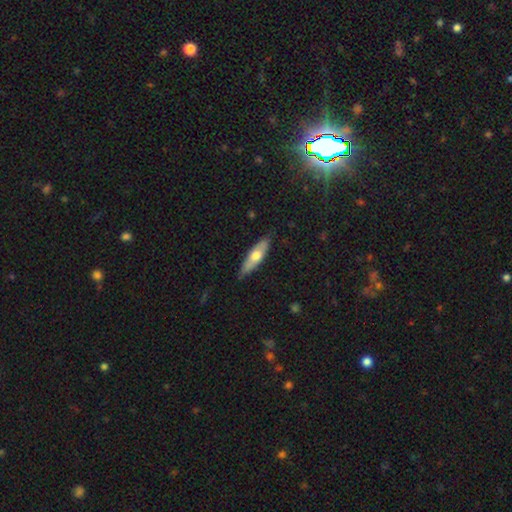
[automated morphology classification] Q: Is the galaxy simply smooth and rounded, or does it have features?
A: smooth — 57%.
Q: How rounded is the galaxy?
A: cigar-shaped — 55%.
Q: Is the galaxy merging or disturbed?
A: none — 81%.